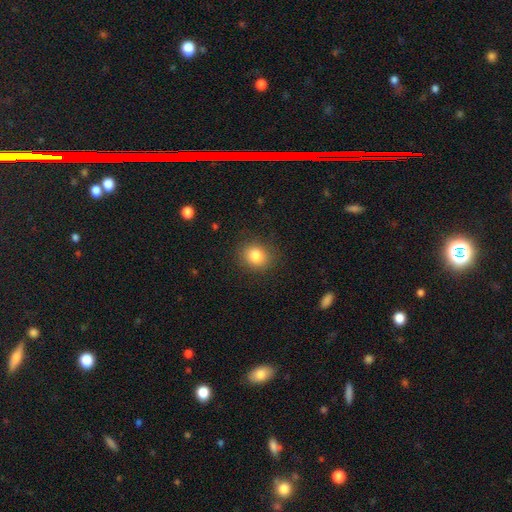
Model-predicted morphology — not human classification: type=smooth (83%); roundness=round (75%); merging=none (87%).